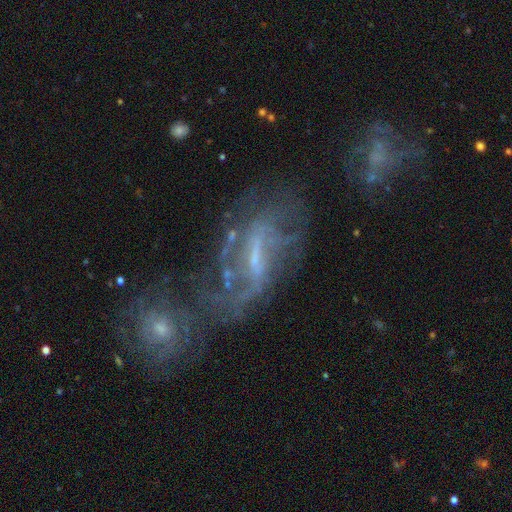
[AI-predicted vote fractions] This appears to be a featured or disk galaxy (76%) with a strong bar (42%), loose (41%) spiral arms (73%) and a small central bulge (47%). Merging: none (36%).